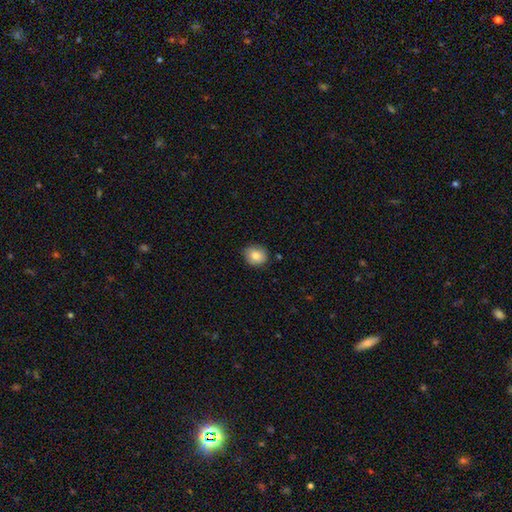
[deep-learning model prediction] Smooth or featured: smooth — 84% (star or artifact — 8%)
How rounded: round — 71% (in between — 29%)
Merging: none — 83% (minor disturbance — 14%)